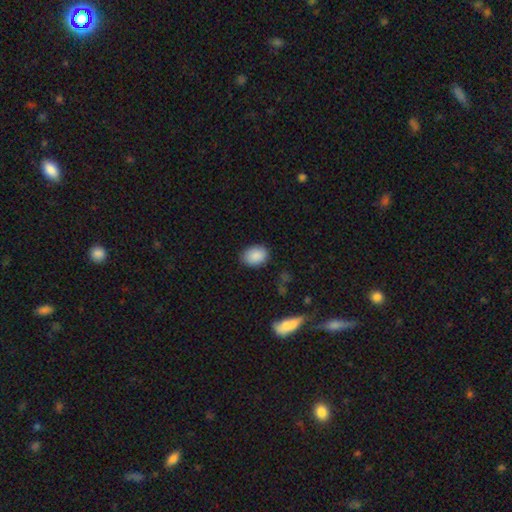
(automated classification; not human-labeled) smooth-or-featured: smooth: 89% | star or artifact: 7% | featured or disk: 4%
  how-rounded: in between: 73% | round: 26% | cigar-shaped: 1%
  merging: none: 85% | minor disturbance: 11% | major disturbance: 3% | merger: 1%